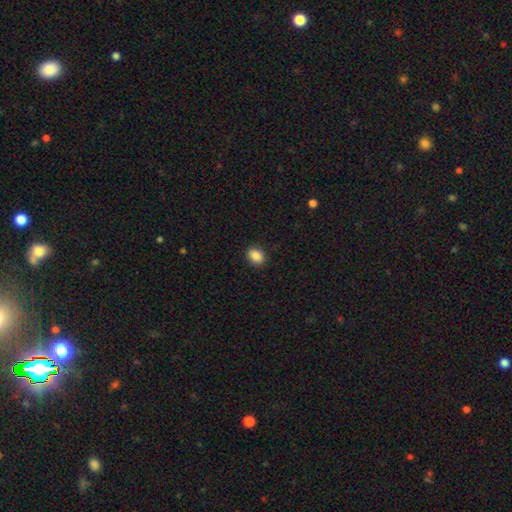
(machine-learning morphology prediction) The model was most divided on "how rounded": in between: 67%, round: 32%, cigar-shaped: 1%. More confident: merging — none (88%); smooth or featured — smooth (88%).